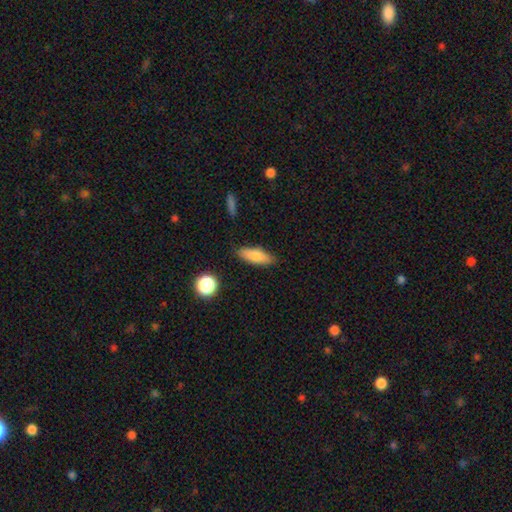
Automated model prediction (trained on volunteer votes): smooth 82%, featured or disk 11%, star or artifact 8%. Down the decision tree: how rounded — in between (61%); merging — none (83%).